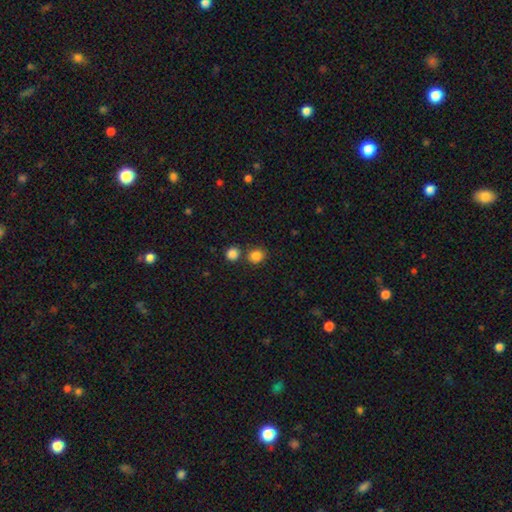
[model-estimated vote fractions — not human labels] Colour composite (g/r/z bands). It shows a smooth galaxy with no disk features (84%) that is round (77%). Merging: none (69%).